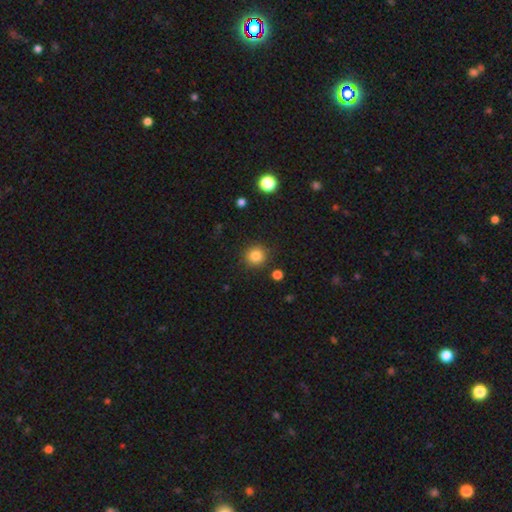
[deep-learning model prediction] Smooth or featured?
  - smooth: 84% *
  - star or artifact: 11%
  - featured or disk: 5%
How rounded?
  - round: 93% *
  - in between: 6%
  - cigar-shaped: 1%
Merging?
  - none: 88% *
  - minor disturbance: 7%
  - major disturbance: 2%
  - merger: 2%